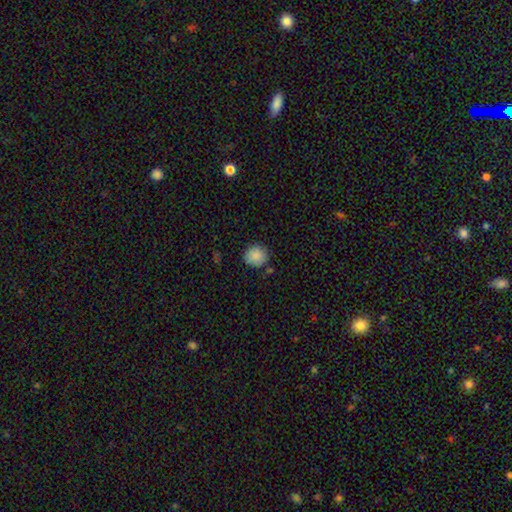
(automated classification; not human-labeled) Morphology: type=smooth (88%); roundness=round (88%); merging=none (83%).